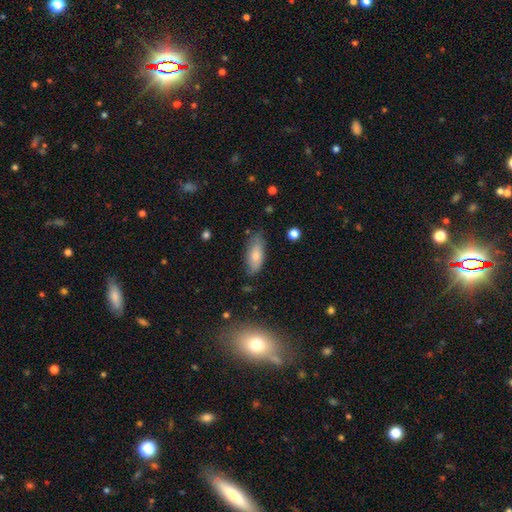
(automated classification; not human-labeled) Overall: smooth (74%). How rounded: in between (80%). Merging: none (69%).